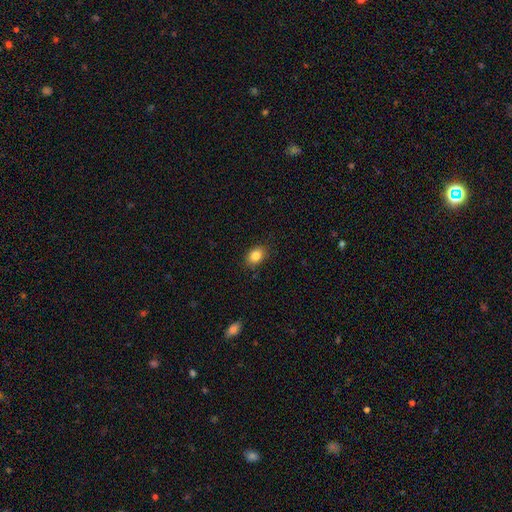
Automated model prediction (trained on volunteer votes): This is clearly a smooth galaxy (85%). How rounded: likely in between (68%). Merging: clearly none (87%).